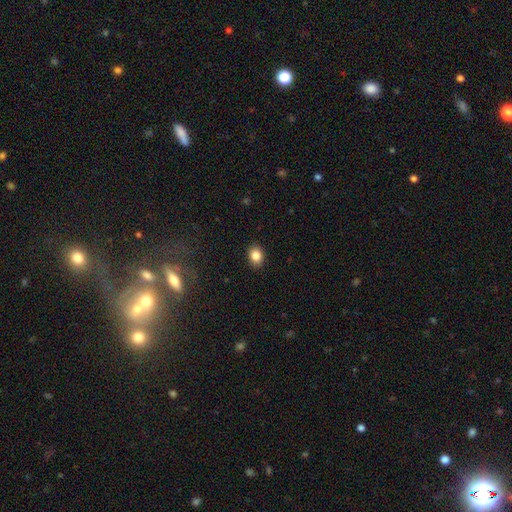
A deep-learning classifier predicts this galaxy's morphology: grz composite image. It shows a smooth galaxy with no disk features (85%) that is in between round and cigar-shaped (56%). Merging: none (90%).